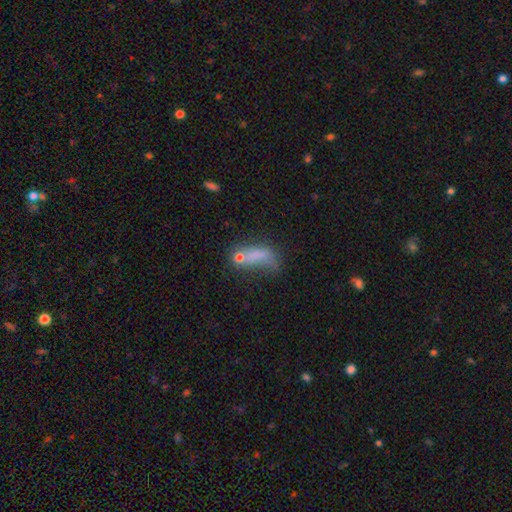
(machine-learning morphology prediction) Smooth or featured? smooth (62%)
How rounded? in between (73%)
Merging? major disturbance (37%)